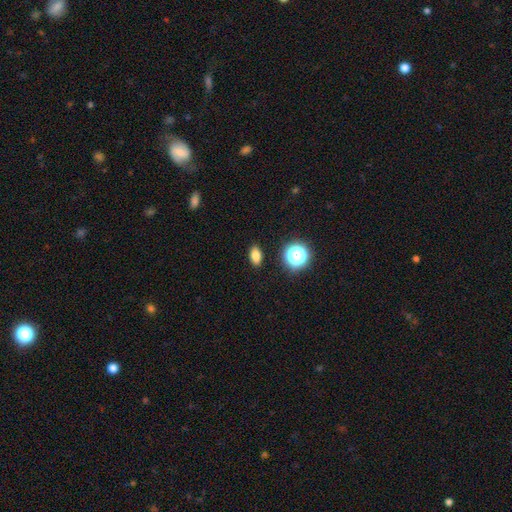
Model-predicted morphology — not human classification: Smooth or featured? Predicted: smooth (p=0.80). How rounded? Predicted: in between (p=0.82). Merging? Predicted: none (p=0.89).